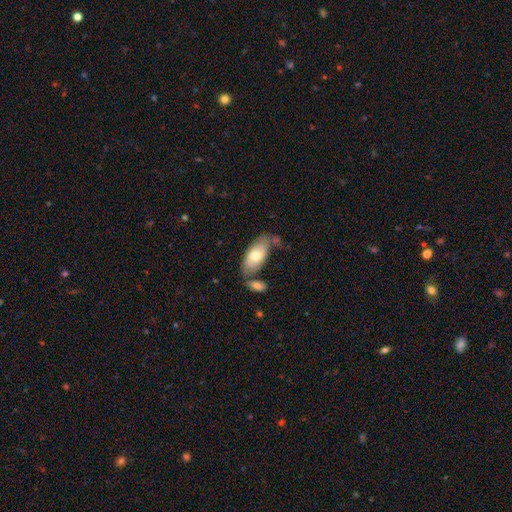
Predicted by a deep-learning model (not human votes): This is likely a smooth galaxy (71%). How rounded: clearly in between (92%). Merging: possibly none (53%).